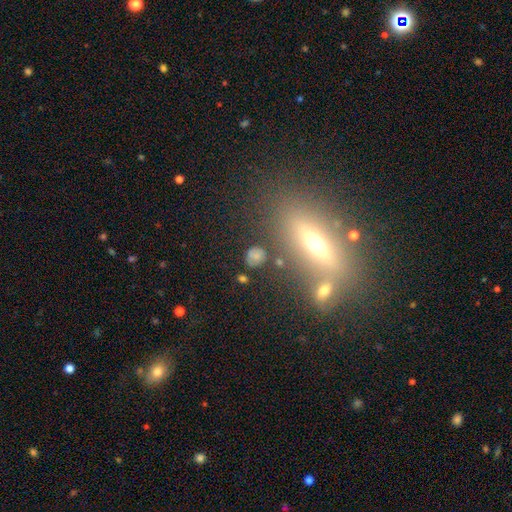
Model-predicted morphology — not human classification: Smooth or featured?
  - smooth: 68% *
  - star or artifact: 17%
  - featured or disk: 15%
How rounded?
  - round: 74% *
  - in between: 24%
  - cigar-shaped: 3%
Merging?
  - none: 75% *
  - minor disturbance: 13%
  - major disturbance: 6%
  - merger: 6%